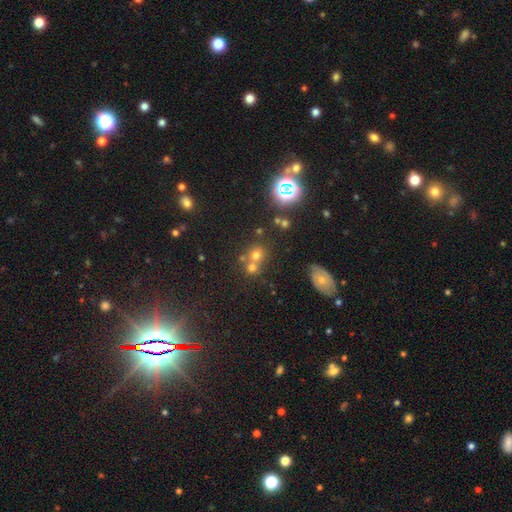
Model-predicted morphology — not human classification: smooth_or_featured: smooth (p=0.54) [alt: star or artifact p=0.32]
how_rounded: round (p=0.79) [alt: in between p=0.20]
merging: none (p=0.52) [alt: merger p=0.36]